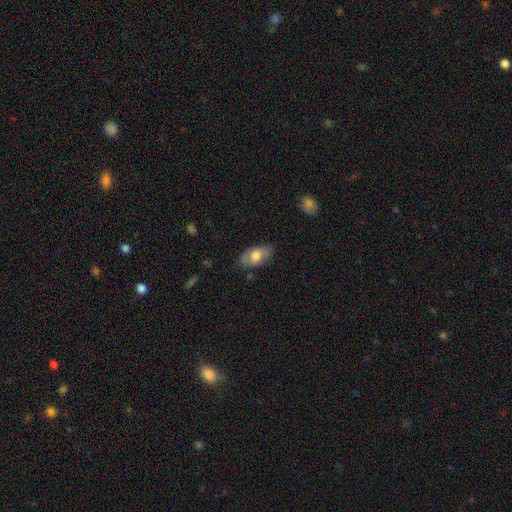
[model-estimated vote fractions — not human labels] smooth-or-featured: smooth: 66% | featured or disk: 28% | star or artifact: 7%
  how-rounded: in between: 91% | round: 5% | cigar-shaped: 4%
  merging: none: 76% | minor disturbance: 18% | major disturbance: 4% | merger: 1%